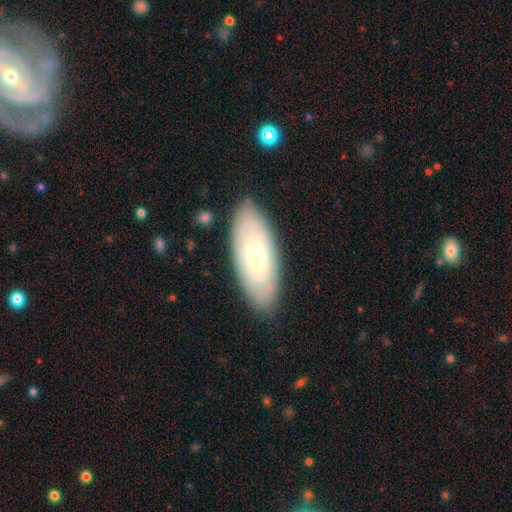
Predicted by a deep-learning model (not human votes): Smooth or featured? featured or disk (52%)
Edge-on disk? no (86%)
Merging? none (84%)